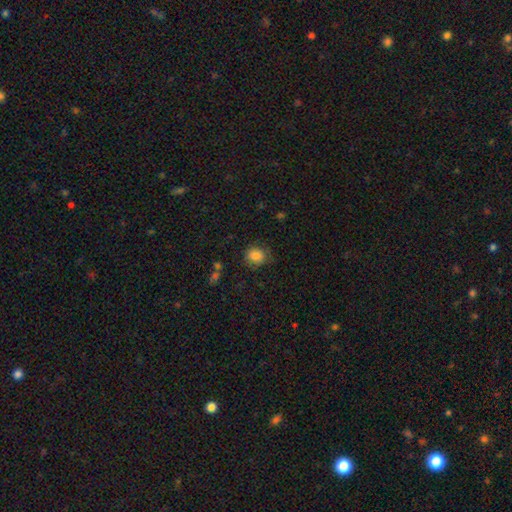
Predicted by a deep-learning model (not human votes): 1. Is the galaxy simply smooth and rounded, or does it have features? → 83% smooth, 10% star or artifact, 8% featured or disk.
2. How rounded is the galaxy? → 70% round, 29% in between, 1% cigar-shaped.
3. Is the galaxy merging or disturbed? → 71% none, 21% minor disturbance, 6% major disturbance, 2% merger.